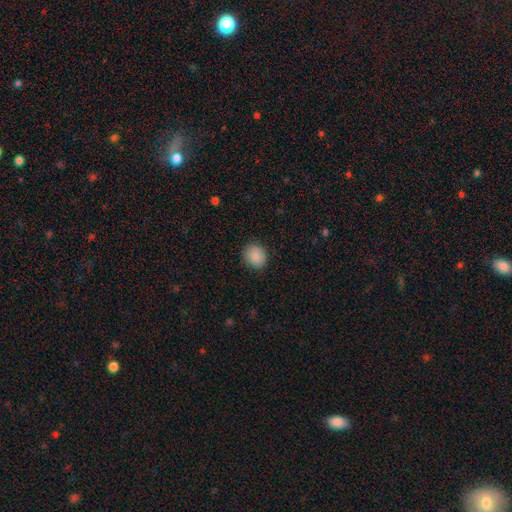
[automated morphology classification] Smooth or featured? smooth (87%)
How rounded? round (79%)
Merging? none (88%)